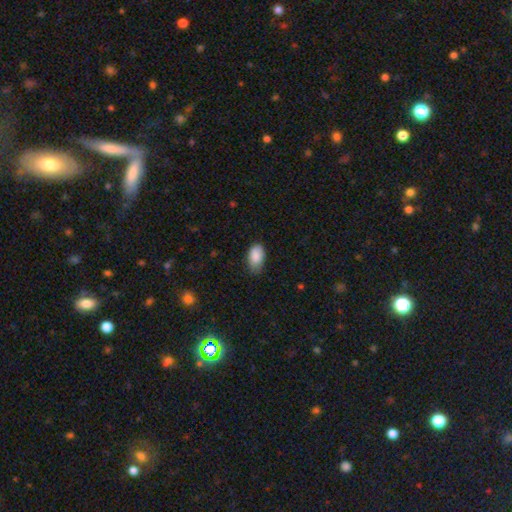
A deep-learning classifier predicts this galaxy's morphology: A smooth galaxy with no disk features (87%) that is in between round and cigar-shaped (93%).

Vote fractions:
- Smooth or featured? smooth: 87% / star or artifact: 7% / featured or disk: 6%
- How rounded? in between: 93% / round: 5% / cigar-shaped: 2%
- Merging? none: 60% / minor disturbance: 34% / major disturbance: 5% / merger: 1%